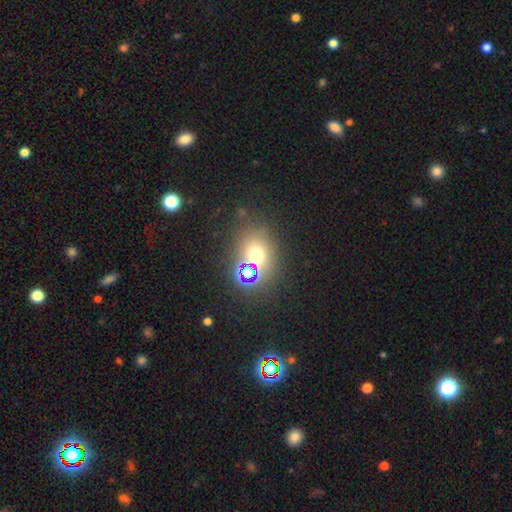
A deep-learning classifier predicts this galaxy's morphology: Smooth or featured? smooth (52%)
How rounded? round (65%)
Merging? none (70%)